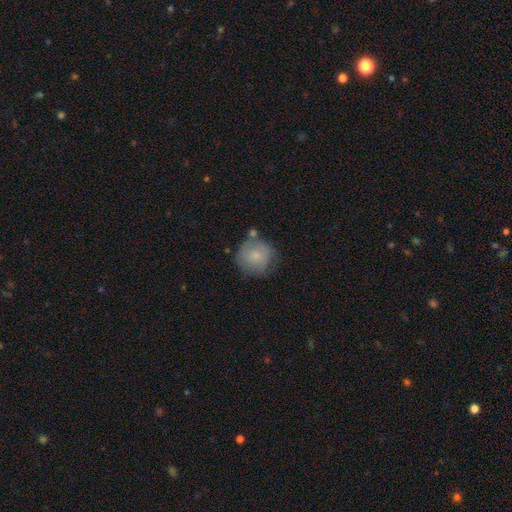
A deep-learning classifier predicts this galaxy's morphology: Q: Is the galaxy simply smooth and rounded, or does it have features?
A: smooth — 76%.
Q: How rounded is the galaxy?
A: round — 91%.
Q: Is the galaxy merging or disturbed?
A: none — 59%.